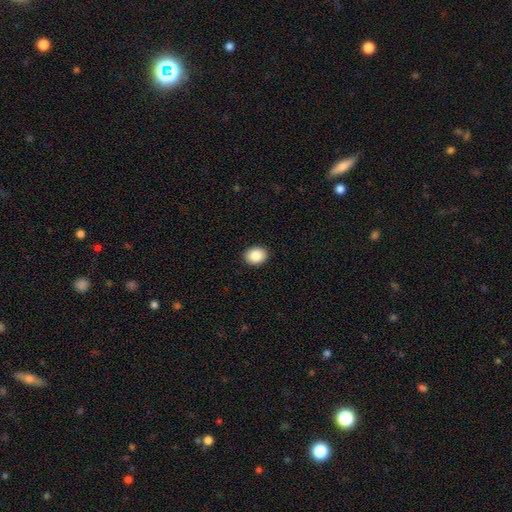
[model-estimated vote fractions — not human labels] Smooth or featured? smooth (87%)
How rounded? in between (52%)
Merging? none (91%)